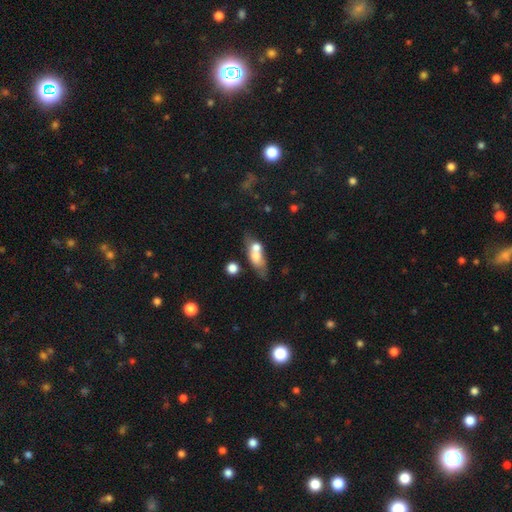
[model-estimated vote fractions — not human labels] This is possibly a smooth galaxy (59%). How rounded: likely in between (62%). Merging: marginally merger (37%).